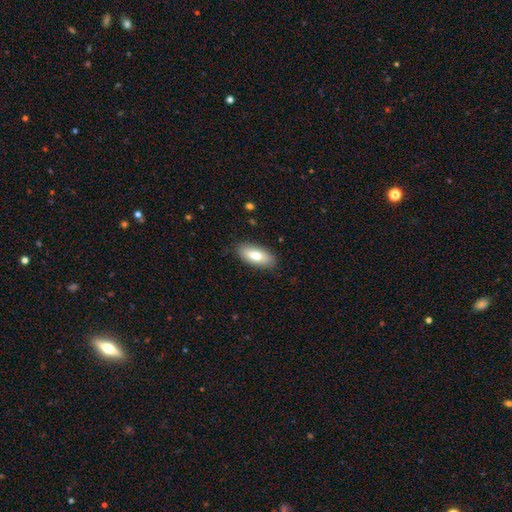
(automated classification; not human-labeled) Smooth or featured? smooth (77%)
How rounded? in between (85%)
Merging? none (86%)